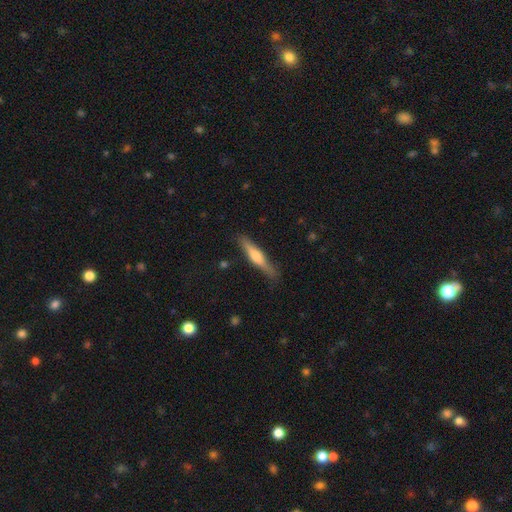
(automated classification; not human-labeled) Morphology: type=featured or disk (51%); edge-on=yes (96%); merging=none (84%).